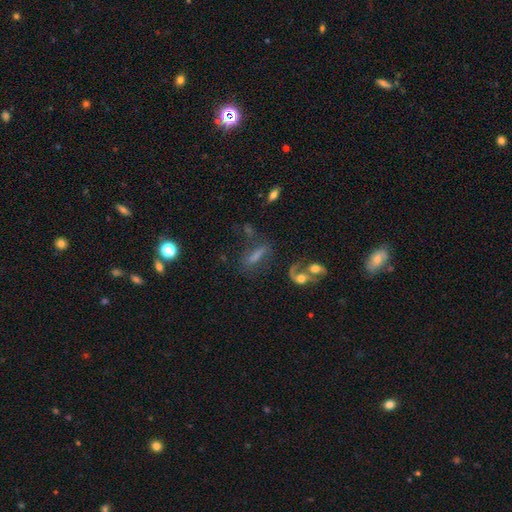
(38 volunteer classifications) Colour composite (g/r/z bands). It shows a smooth galaxy with no disk features (71%) that is cigar-shaped (59%). Merging: none (41%).